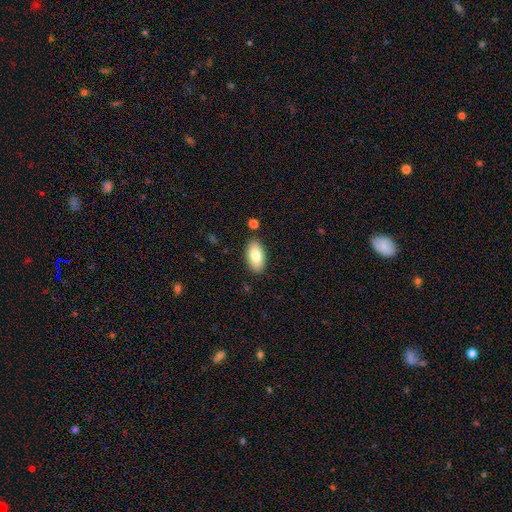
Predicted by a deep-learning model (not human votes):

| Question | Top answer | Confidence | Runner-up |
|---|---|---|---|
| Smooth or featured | smooth | 80% | featured or disk (13%) |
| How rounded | in between | 93% | cigar-shaped (4%) |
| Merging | none | 86% | minor disturbance (9%) |